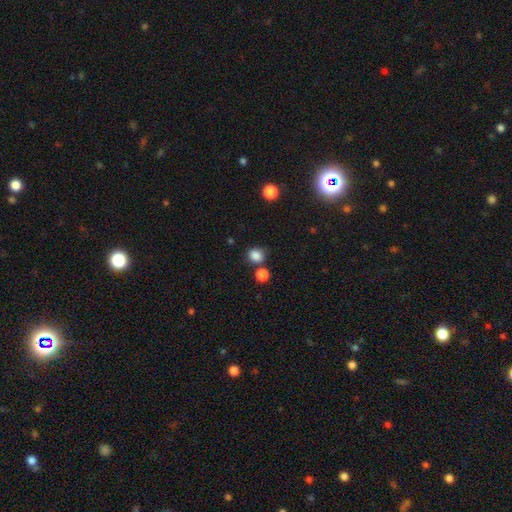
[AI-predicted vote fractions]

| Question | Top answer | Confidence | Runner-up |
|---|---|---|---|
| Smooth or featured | smooth | 84% | star or artifact (12%) |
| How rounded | round | 67% | in between (32%) |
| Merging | none | 67% | minor disturbance (14%) |